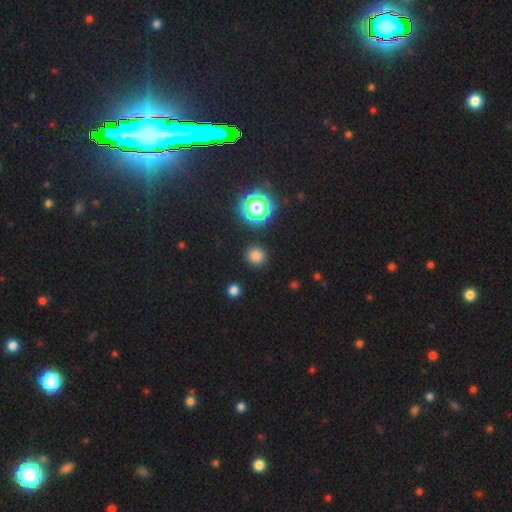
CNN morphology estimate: This is likely a smooth galaxy (75%). How rounded: clearly round (88%). Merging: clearly none (90%).